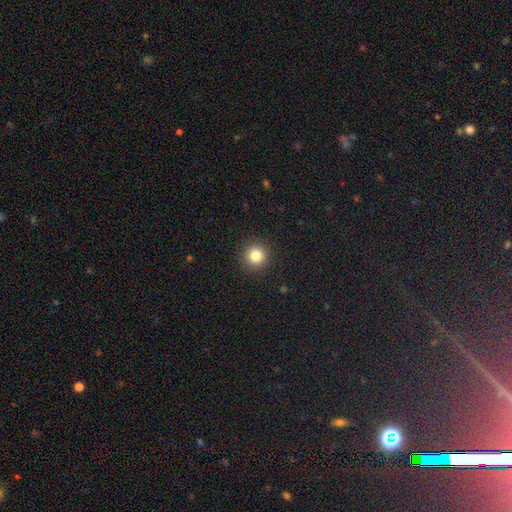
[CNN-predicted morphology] Smooth or featured? Predicted: smooth (p=0.83). How rounded? Predicted: round (p=0.95). Merging? Predicted: none (p=0.92).